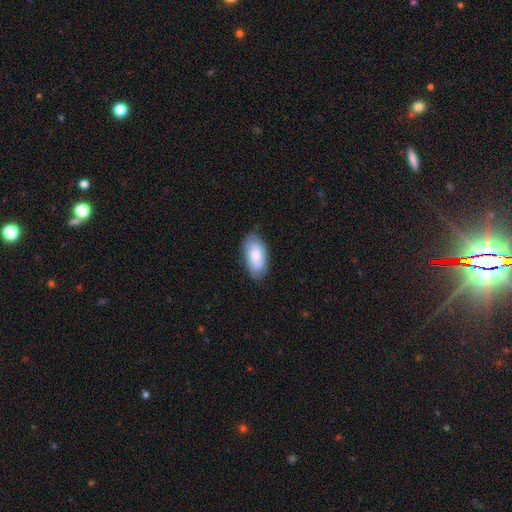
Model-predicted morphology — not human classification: smooth-or-featured: smooth: 76% | featured or disk: 18% | star or artifact: 6%
  how-rounded: in between: 93% | cigar-shaped: 5% | round: 2%
  merging: none: 79% | minor disturbance: 17% | major disturbance: 3% | merger: 1%